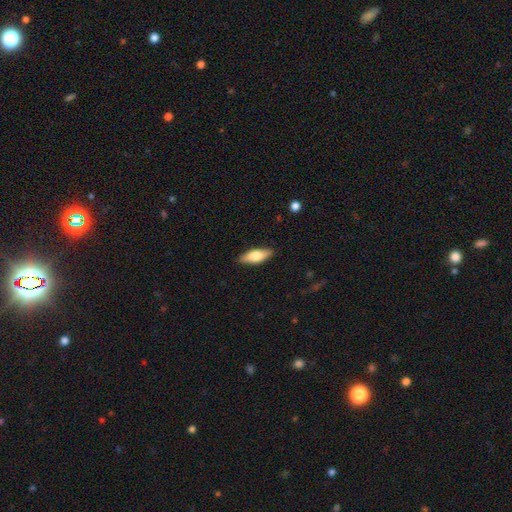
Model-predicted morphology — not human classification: Smooth or featured? Predicted: smooth (p=0.73). How rounded? Predicted: in between (p=0.70). Merging? Predicted: none (p=0.87).